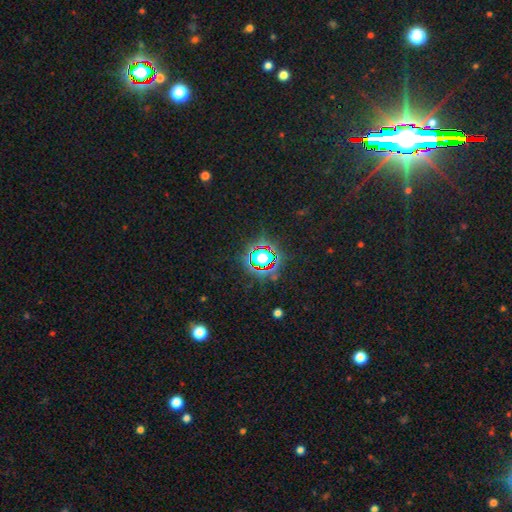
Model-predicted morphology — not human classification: Smooth or featured: star or artifact — 71% (smooth — 19%)